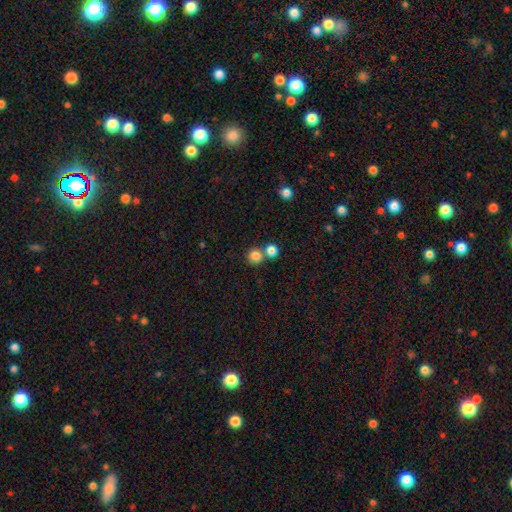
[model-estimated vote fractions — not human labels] Smooth or featured?
  - smooth: 82% *
  - star or artifact: 12%
  - featured or disk: 6%
How rounded?
  - round: 90% *
  - in between: 9%
  - cigar-shaped: 1%
Merging?
  - none: 58% *
  - merger: 32%
  - minor disturbance: 7%
  - major disturbance: 3%